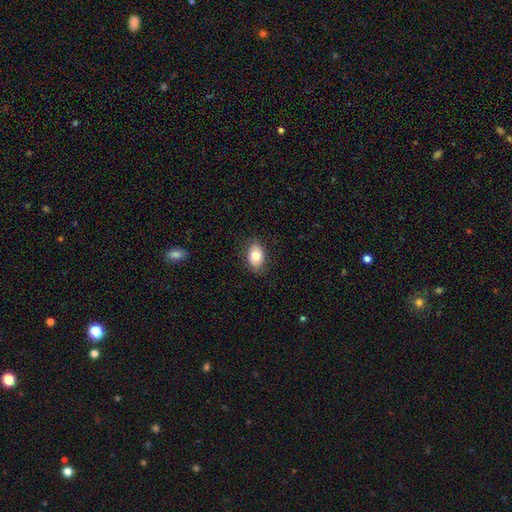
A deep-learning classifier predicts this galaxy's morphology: Q: Smooth or featured?
A: smooth (79%); runner-up: featured or disk (13%)
Q: How rounded?
A: in between (83%); runner-up: round (16%)
Q: Merging?
A: none (84%); runner-up: minor disturbance (12%)